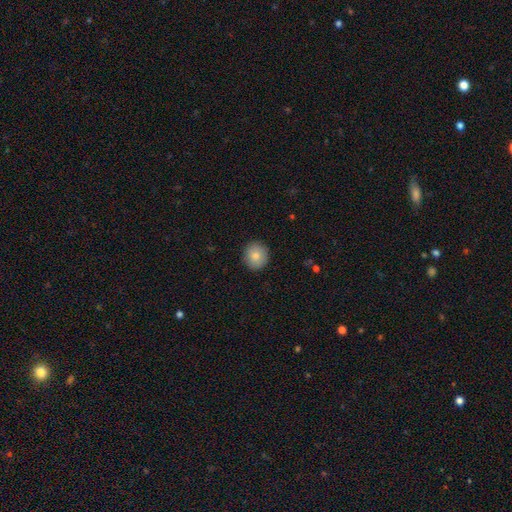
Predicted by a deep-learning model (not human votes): Morphology: type=smooth (83%); roundness=round (86%); merging=none (91%).